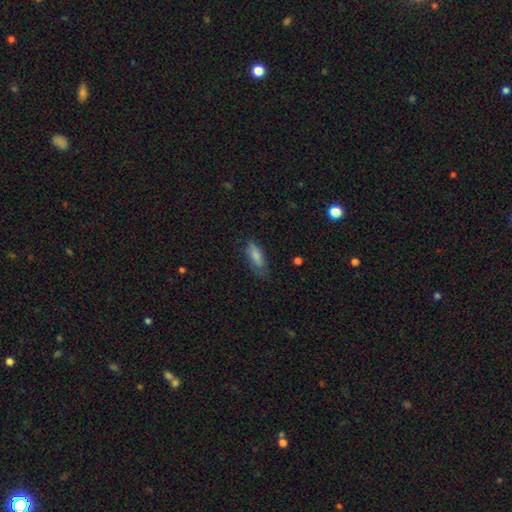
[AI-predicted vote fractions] This is clearly a smooth galaxy (83%). How rounded: likely in between (68%). Merging: likely none (69%).